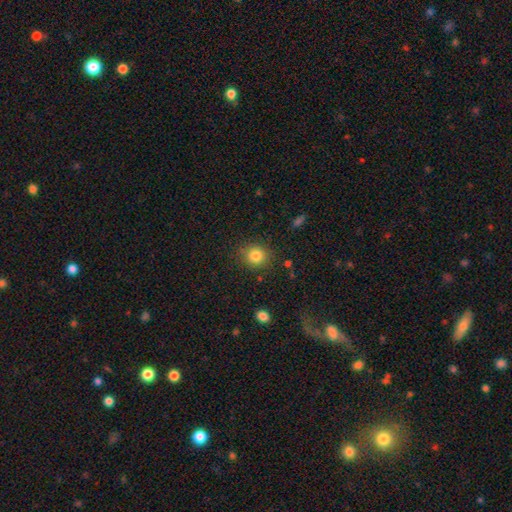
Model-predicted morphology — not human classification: Smooth or featured? Predicted: smooth (p=0.83). How rounded? Predicted: round (p=0.88). Merging? Predicted: none (p=0.87).